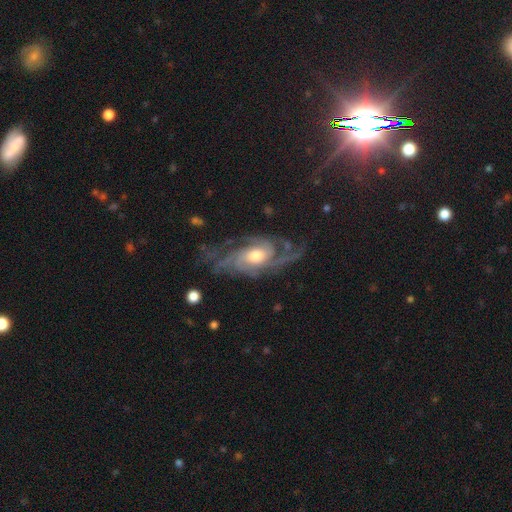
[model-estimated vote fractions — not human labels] Q: Smooth or featured?
A: featured or disk (90%); runner-up: smooth (5%)
Q: Edge-on disk?
A: no (96%); runner-up: yes (4%)
Q: Bar?
A: no (66%); runner-up: weak (27%)
Q: Spiral arms?
A: yes (97%); runner-up: no (3%)
Q: Spiral winding?
A: medium (44%); runner-up: tight (40%)
Q: Spiral arm count?
A: 3 (27%); runner-up: 4 (21%)
Q: Bulge size?
A: moderate (66%); runner-up: large (19%)
Q: Merging?
A: none (64%); runner-up: minor disturbance (19%)